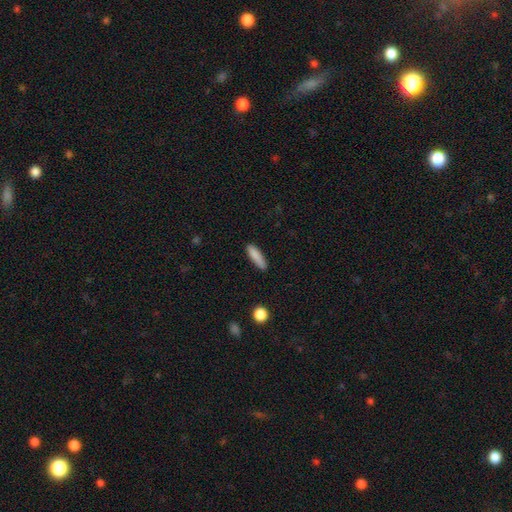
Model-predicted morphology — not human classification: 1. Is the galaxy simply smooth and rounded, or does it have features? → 86% smooth, 7% featured or disk, 7% star or artifact.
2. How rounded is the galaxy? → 74% cigar-shaped, 25% in between, 2% round.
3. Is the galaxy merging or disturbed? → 81% none, 14% minor disturbance, 3% major disturbance, 2% merger.